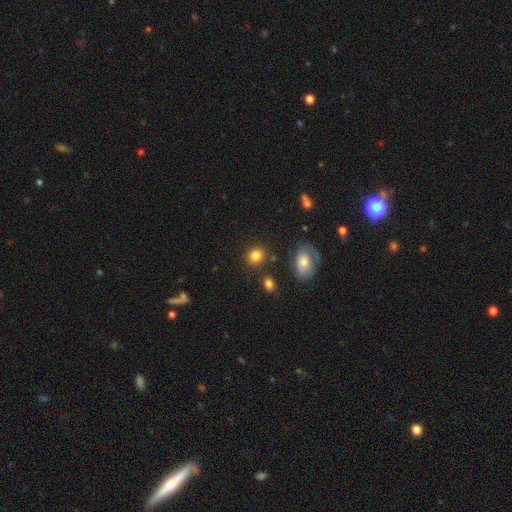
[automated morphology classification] Smooth or featured? smooth (82%)
How rounded? round (78%)
Merging? none (81%)